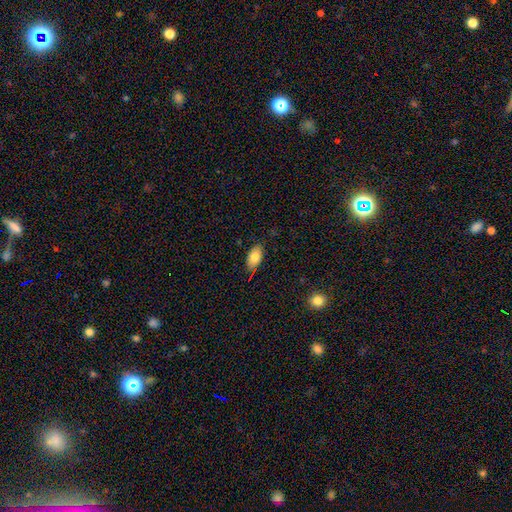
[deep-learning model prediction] A smooth galaxy with no disk features (81%) that is in between round and cigar-shaped (92%). Merging: none (78%).